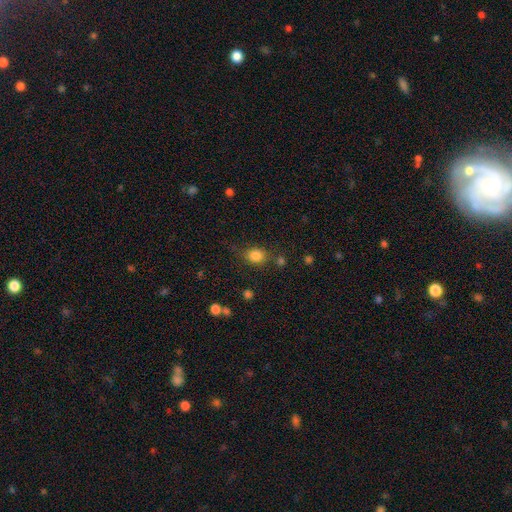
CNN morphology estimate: smooth_or_featured: smooth (p=0.83) [alt: star or artifact p=0.11]
how_rounded: round (p=0.63) [alt: in between p=0.36]
merging: none (p=0.70) [alt: minor disturbance p=0.17]